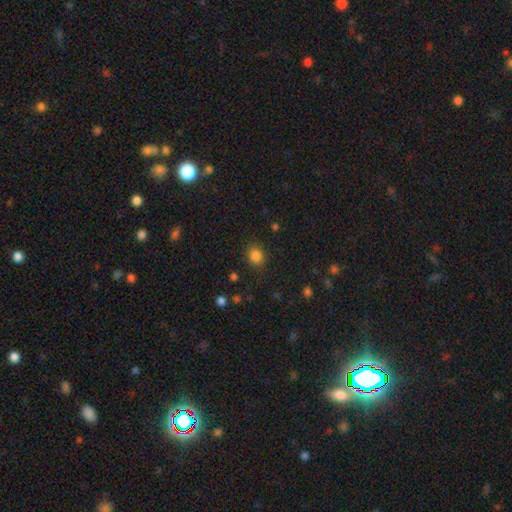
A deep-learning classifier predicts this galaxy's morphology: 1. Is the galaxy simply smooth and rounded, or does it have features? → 84% smooth, 12% star or artifact, 4% featured or disk.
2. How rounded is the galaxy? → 62% round, 37% in between, 1% cigar-shaped.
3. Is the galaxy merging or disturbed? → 85% none, 10% minor disturbance, 3% major disturbance, 1% merger.